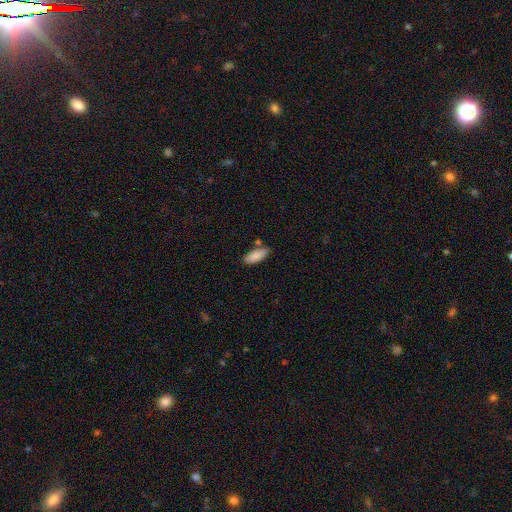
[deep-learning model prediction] The model was most divided on "merging": none: 74%, minor disturbance: 14%, merger: 8%, major disturbance: 3%. More confident: smooth or featured — smooth (87%); how rounded — in between (81%).